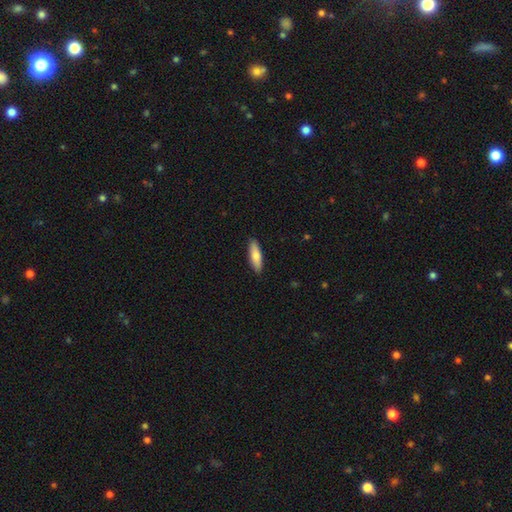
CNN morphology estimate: A smooth galaxy with no disk features (77%) that is cigar-shaped (53%). Merging: none (90%).